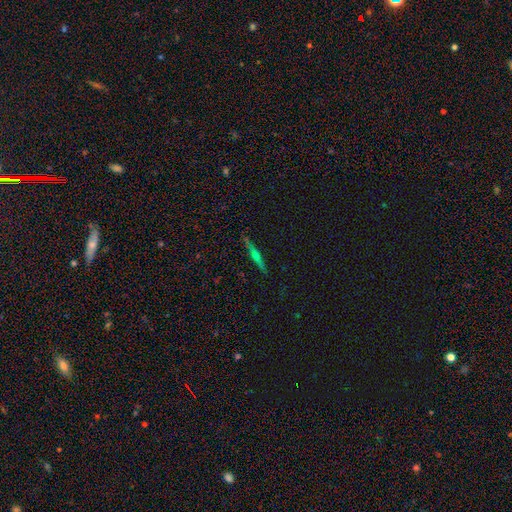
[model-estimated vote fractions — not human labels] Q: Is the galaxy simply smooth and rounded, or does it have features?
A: featured or disk — 65%.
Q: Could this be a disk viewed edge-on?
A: yes — 97%.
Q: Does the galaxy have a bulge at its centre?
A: rounded — 82%.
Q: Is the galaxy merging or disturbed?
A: none — 89%.